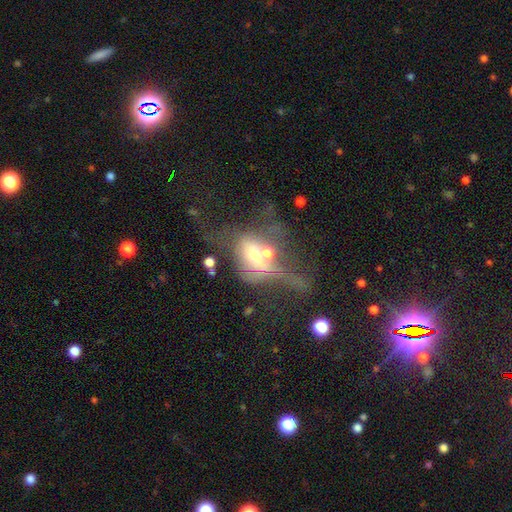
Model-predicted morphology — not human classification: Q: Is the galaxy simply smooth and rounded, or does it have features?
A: featured or disk — 48%.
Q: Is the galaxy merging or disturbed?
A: merger — 45%.